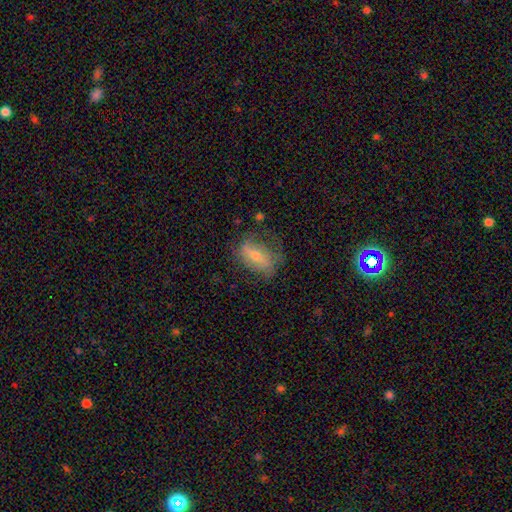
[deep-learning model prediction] This is possibly a smooth galaxy (47%). Merging: possibly none (56%).